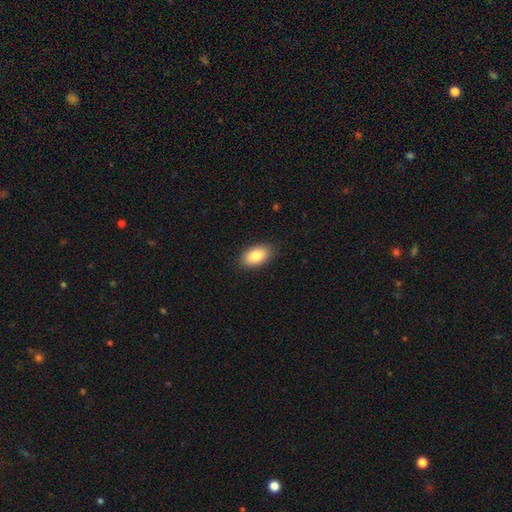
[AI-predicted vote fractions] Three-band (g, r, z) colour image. It shows a smooth galaxy with no disk features (85%) that is in between round and cigar-shaped (93%). Merging: none (88%).